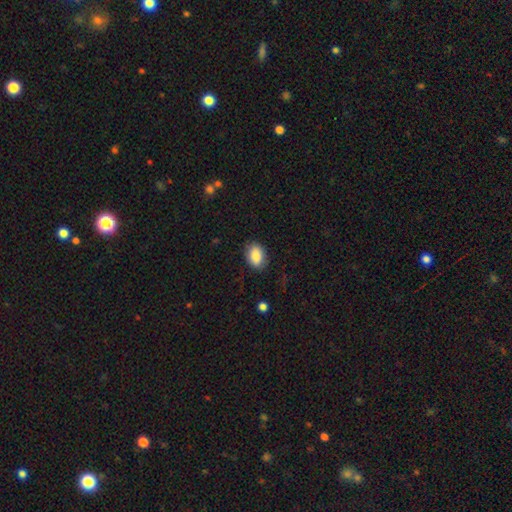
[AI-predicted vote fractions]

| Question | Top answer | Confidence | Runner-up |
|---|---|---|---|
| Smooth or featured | smooth | 86% | star or artifact (7%) |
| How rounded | in between | 82% | round (16%) |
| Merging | none | 84% | minor disturbance (12%) |